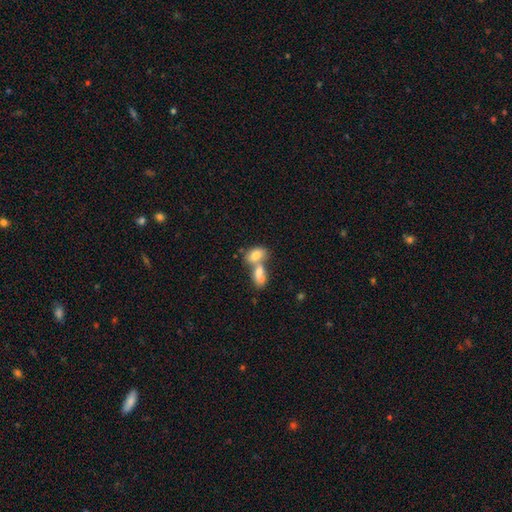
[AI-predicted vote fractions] Smooth or featured? smooth (77%)
How rounded? in between (85%)
Merging? merger (68%)